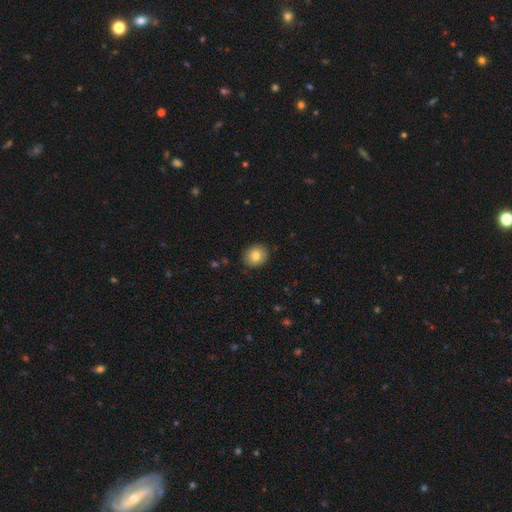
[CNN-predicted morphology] This is clearly a smooth galaxy (81%). How rounded: likely round (72%). Merging: clearly none (88%).